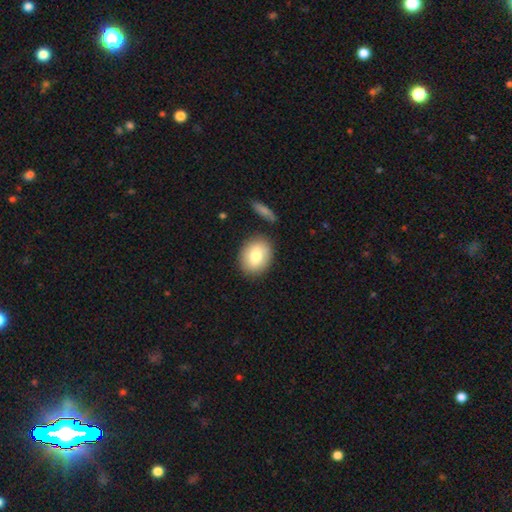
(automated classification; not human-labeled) This appears to be a smooth galaxy with no disk features (77%) that is in between round and cigar-shaped (54%). Merging: none (83%).